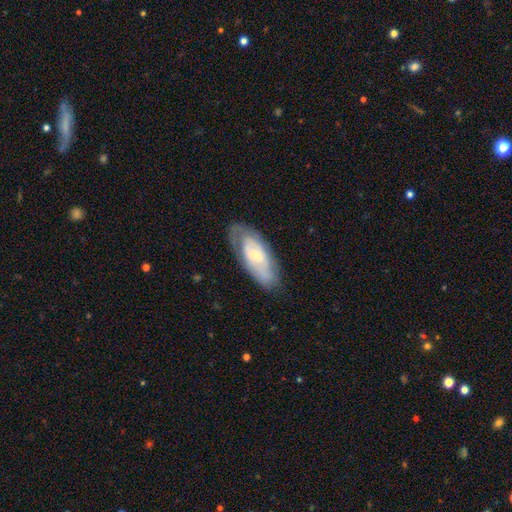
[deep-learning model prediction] featured or disk 56%, smooth 38%, star or artifact 6%. Down the decision tree: edge-on disk — no (87%); merging — none (65%).